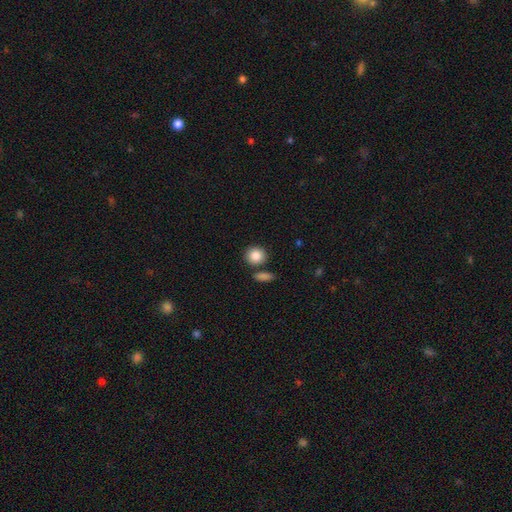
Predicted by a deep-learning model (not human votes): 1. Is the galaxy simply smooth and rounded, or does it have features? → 85% smooth, 8% star or artifact, 7% featured or disk.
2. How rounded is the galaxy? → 83% round, 16% in between, 1% cigar-shaped.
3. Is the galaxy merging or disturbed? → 77% none, 11% merger, 9% minor disturbance, 3% major disturbance.